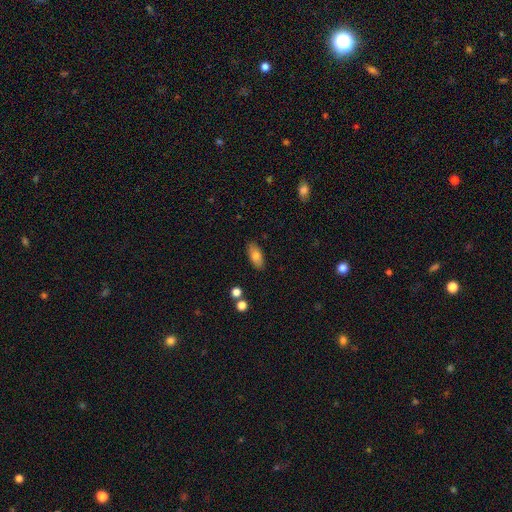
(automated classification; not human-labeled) Smooth or featured?
  - smooth: 79% *
  - featured or disk: 13%
  - star or artifact: 8%
How rounded?
  - in between: 87% *
  - cigar-shaped: 10%
  - round: 3%
Merging?
  - none: 87% *
  - minor disturbance: 10%
  - major disturbance: 2%
  - merger: 2%